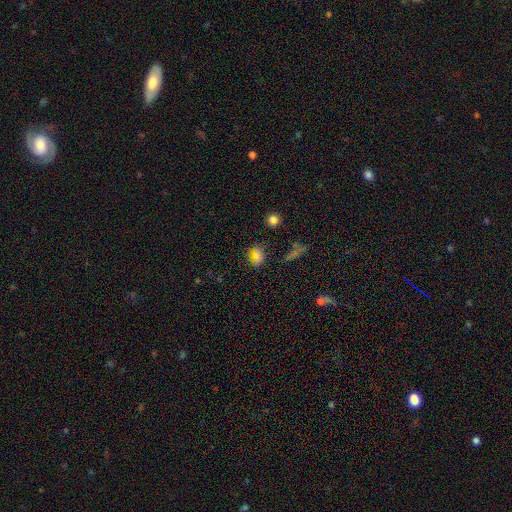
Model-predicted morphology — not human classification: Smooth or featured?
  - smooth: 67% *
  - star or artifact: 19%
  - featured or disk: 13%
How rounded?
  - in between: 62% *
  - round: 34%
  - cigar-shaped: 5%
Merging?
  - none: 79% *
  - minor disturbance: 13%
  - major disturbance: 4%
  - merger: 4%